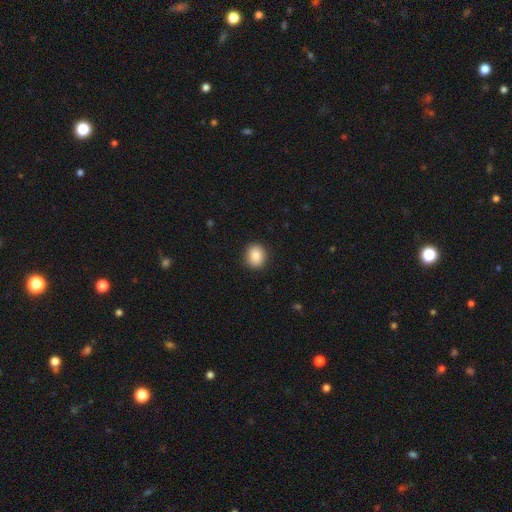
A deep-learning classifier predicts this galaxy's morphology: Smooth or featured? smooth (86%)
How rounded? round (70%)
Merging? none (90%)